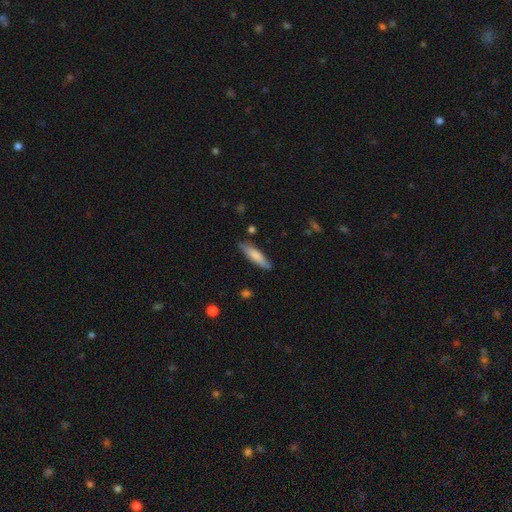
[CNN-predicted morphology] Smooth or featured? Predicted: smooth (p=0.76). How rounded? Predicted: cigar-shaped (p=0.73). Merging? Predicted: none (p=0.83).